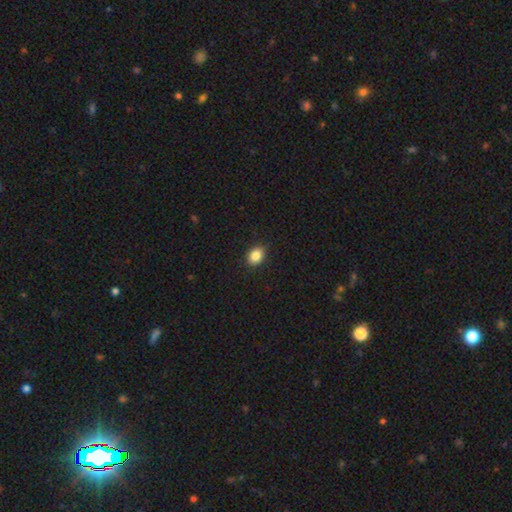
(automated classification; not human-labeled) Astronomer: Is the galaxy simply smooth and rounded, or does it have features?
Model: smooth — 86%.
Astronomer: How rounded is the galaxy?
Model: in between — 63%.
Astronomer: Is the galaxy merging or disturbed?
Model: none — 89%.